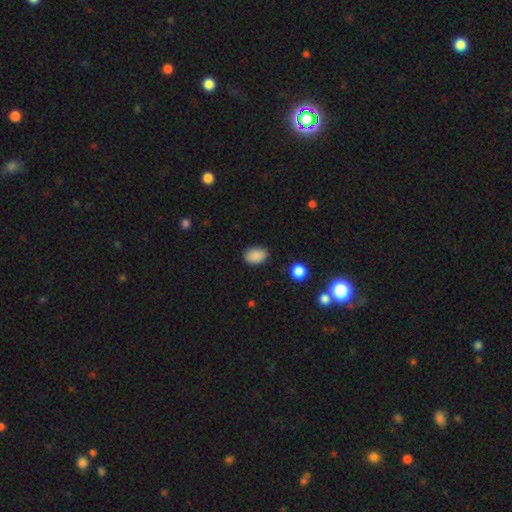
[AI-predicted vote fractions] A smooth galaxy with no disk features (88%) that is in between round and cigar-shaped (81%). Merging: none (83%).